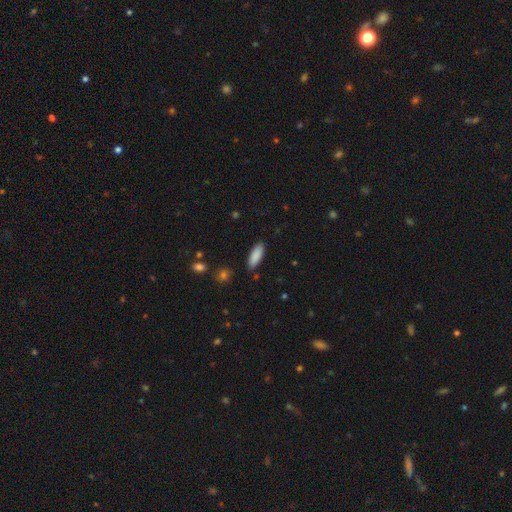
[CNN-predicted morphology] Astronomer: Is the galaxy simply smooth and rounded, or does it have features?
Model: smooth — 88%.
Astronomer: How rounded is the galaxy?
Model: in between — 67%.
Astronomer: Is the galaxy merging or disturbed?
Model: none — 88%.